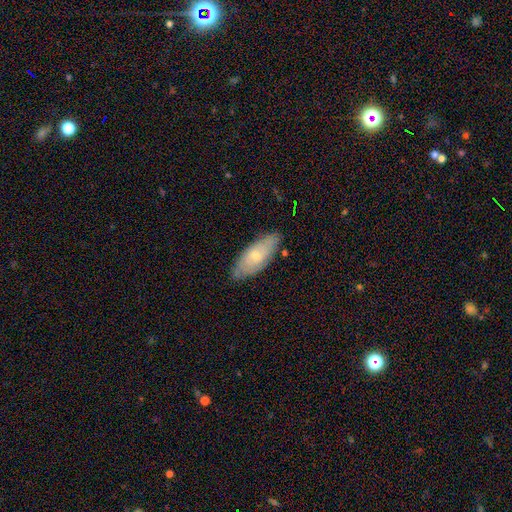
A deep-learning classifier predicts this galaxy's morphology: This appears to be a smooth galaxy with no disk features (49%). Merging: none (78%).